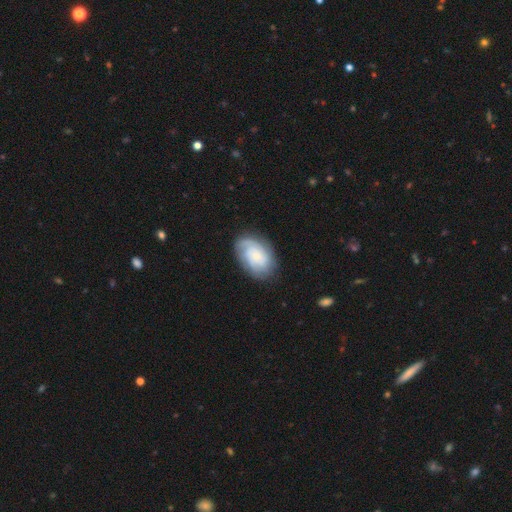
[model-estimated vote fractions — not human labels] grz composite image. It shows a featured or disk galaxy (68%) with no bar (74%), tight (56%) spiral arms (93%) and a small central bulge (64%). Merging: none (73%).